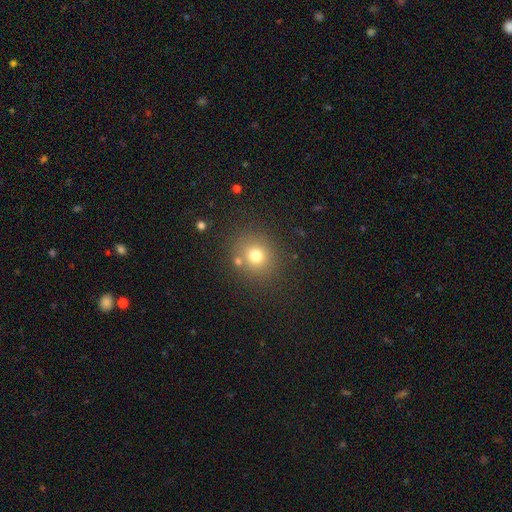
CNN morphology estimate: Q: Smooth or featured?
A: smooth (73%); runner-up: star or artifact (16%)
Q: How rounded?
A: round (85%); runner-up: in between (14%)
Q: Merging?
A: none (78%); runner-up: minor disturbance (9%)